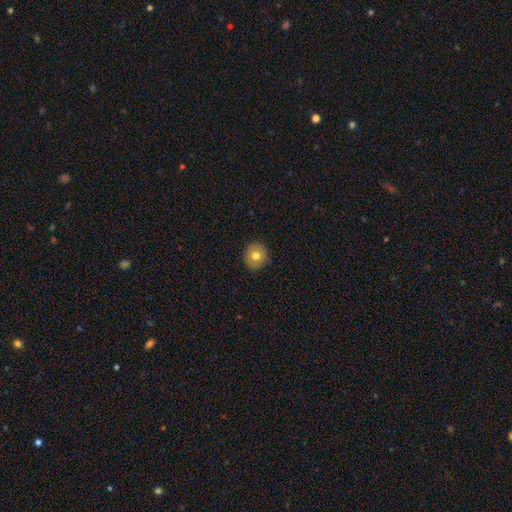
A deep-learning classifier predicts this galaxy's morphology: A smooth galaxy with no disk features (76%) that is round (89%).

Vote fractions:
- Smooth or featured? smooth: 76% / featured or disk: 15% / star or artifact: 10%
- How rounded? round: 89% / in between: 10% / cigar-shaped: 1%
- Merging? none: 91% / minor disturbance: 6% / major disturbance: 2% / merger: 1%